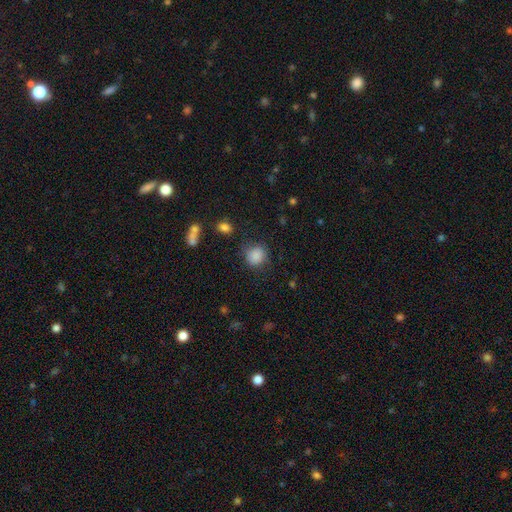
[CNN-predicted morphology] This is clearly a smooth galaxy (85%). How rounded: clearly round (81%). Merging: likely none (75%).